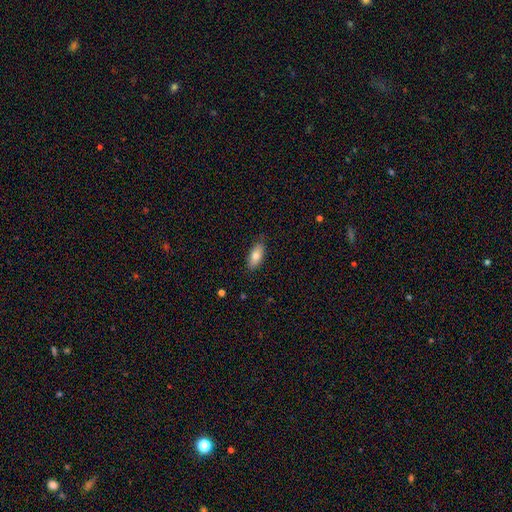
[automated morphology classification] Smooth or featured?
  - smooth: 77% *
  - featured or disk: 16%
  - star or artifact: 7%
How rounded?
  - in between: 86% *
  - cigar-shaped: 11%
  - round: 3%
Merging?
  - none: 82% *
  - minor disturbance: 14%
  - major disturbance: 2%
  - merger: 1%